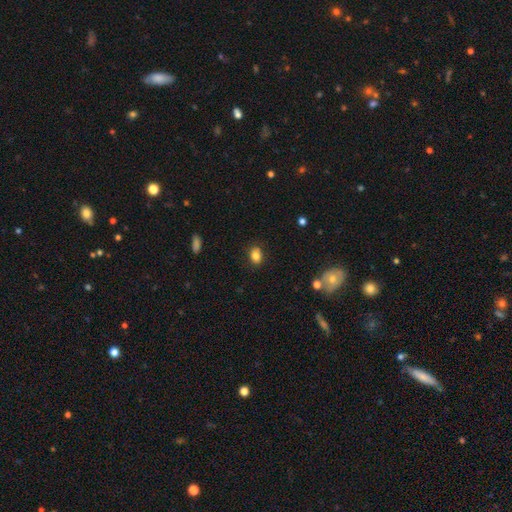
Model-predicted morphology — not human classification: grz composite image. It shows a smooth galaxy with no disk features (82%) that is in between round and cigar-shaped (61%). Merging: none (83%).